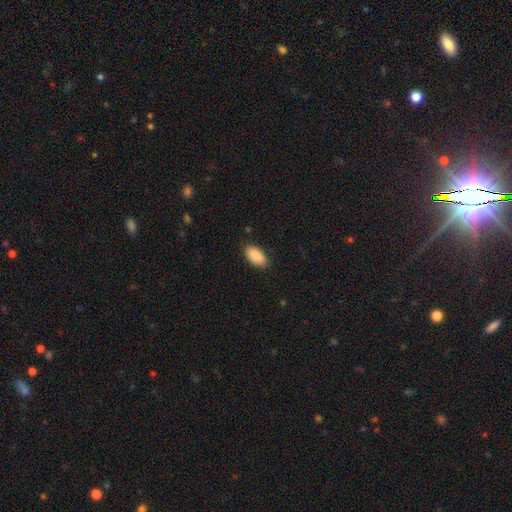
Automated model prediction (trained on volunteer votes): Smooth or featured?
  - smooth: 90% *
  - star or artifact: 6%
  - featured or disk: 4%
How rounded?
  - in between: 95% *
  - cigar-shaped: 3%
  - round: 3%
Merging?
  - none: 86% *
  - minor disturbance: 11%
  - major disturbance: 2%
  - merger: 1%